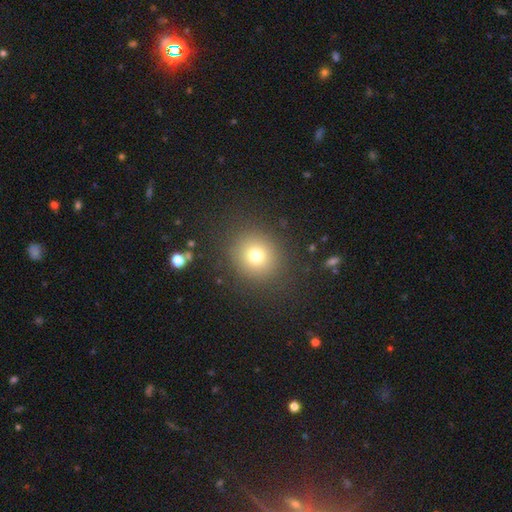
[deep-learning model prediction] The model was most divided on "smooth or featured": smooth: 75%, star or artifact: 15%, featured or disk: 10%. More confident: merging — none (87%); how rounded — round (86%).